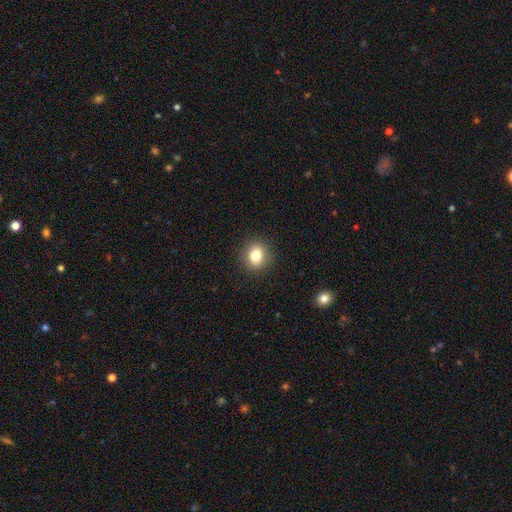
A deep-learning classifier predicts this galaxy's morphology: Smooth or featured?
  - smooth: 81% *
  - star or artifact: 11%
  - featured or disk: 9%
How rounded?
  - round: 73% *
  - in between: 26%
  - cigar-shaped: 1%
Merging?
  - none: 90% *
  - minor disturbance: 7%
  - major disturbance: 2%
  - merger: 1%